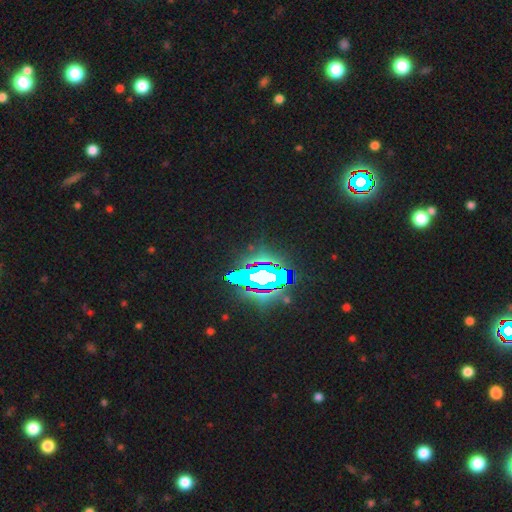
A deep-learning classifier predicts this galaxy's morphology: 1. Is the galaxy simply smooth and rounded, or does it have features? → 80% star or artifact, 10% smooth, 10% featured or disk.